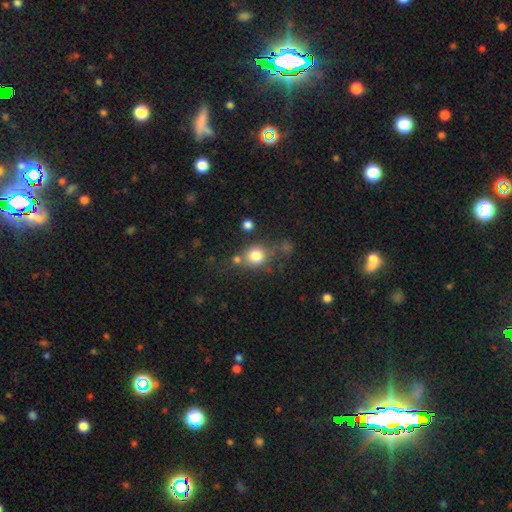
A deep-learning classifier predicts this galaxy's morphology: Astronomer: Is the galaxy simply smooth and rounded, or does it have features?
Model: smooth — 79%.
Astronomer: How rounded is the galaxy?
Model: round — 81%.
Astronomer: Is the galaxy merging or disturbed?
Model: none — 61%.